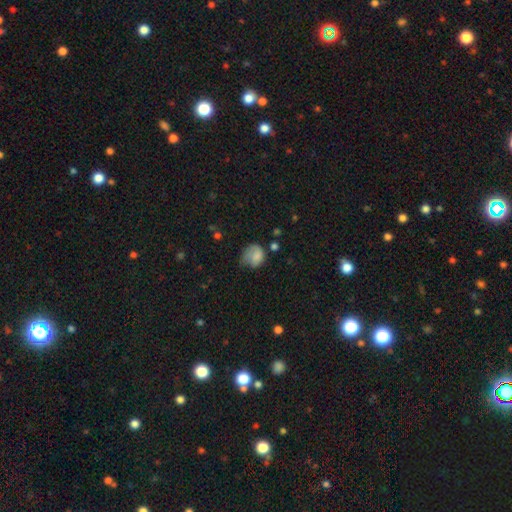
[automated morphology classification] A smooth galaxy with no disk features (73%) that is round (59%).

Vote fractions:
- Smooth or featured? smooth: 73% / featured or disk: 18% / star or artifact: 9%
- How rounded? round: 59% / in between: 40% / cigar-shaped: 1%
- Merging? minor disturbance: 36% / none: 31% / major disturbance: 30% / merger: 3%